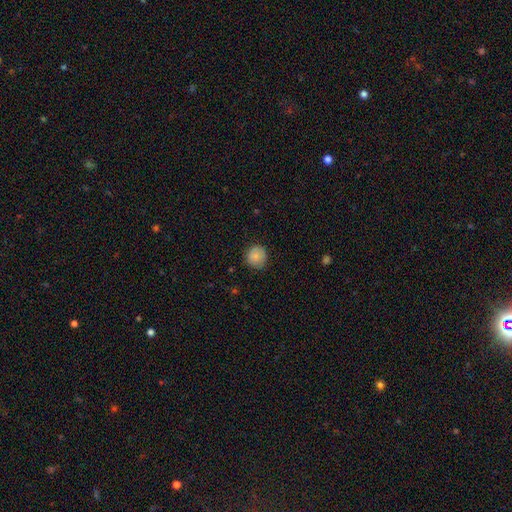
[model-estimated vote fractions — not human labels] A smooth galaxy with no disk features (84%) that is round (90%). Merging: none (82%).